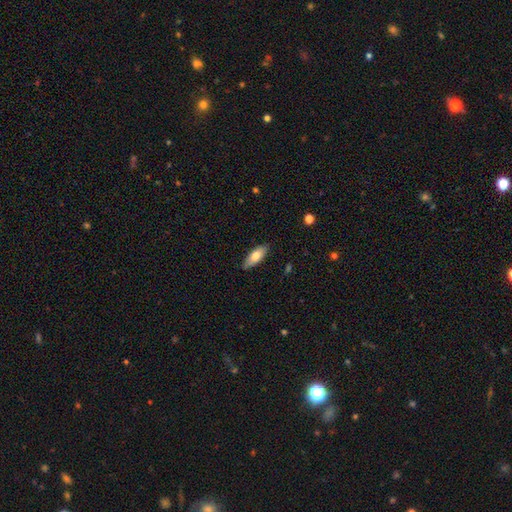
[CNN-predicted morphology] smooth_or_featured: smooth (p=0.74) [alt: featured or disk p=0.20]
how_rounded: in between (p=0.70) [alt: cigar-shaped p=0.28]
merging: none (p=0.85) [alt: minor disturbance p=0.12]